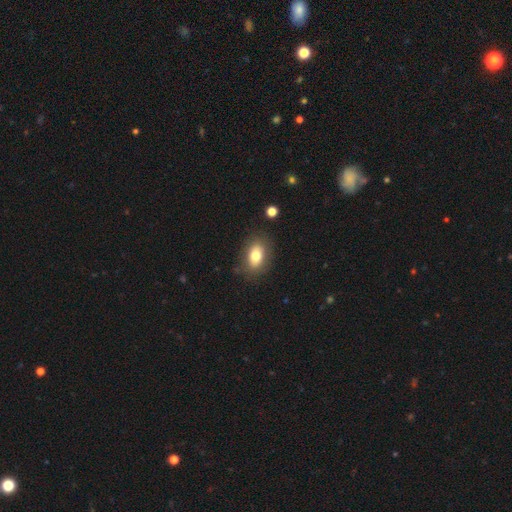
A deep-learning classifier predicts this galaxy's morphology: Overall: smooth (76%). How rounded: in between (79%). Merging: none (81%).